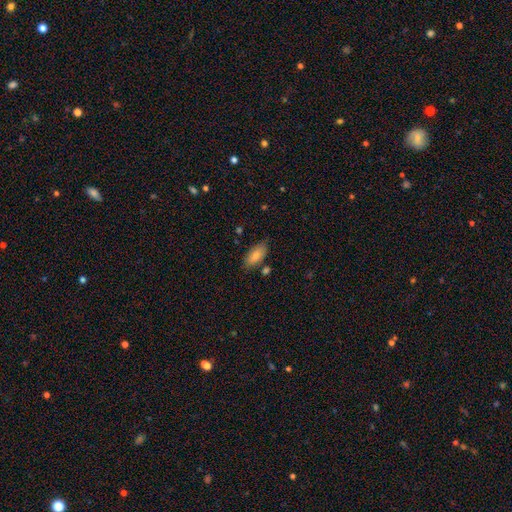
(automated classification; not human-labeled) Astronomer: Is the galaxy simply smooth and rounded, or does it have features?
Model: smooth — 83%.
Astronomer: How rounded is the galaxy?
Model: in between — 90%.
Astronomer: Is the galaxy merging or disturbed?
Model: none — 76%.